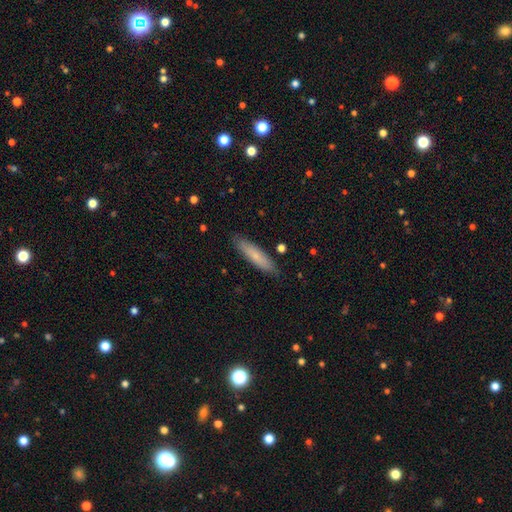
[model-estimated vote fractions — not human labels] smooth 73%, featured or disk 21%, star or artifact 7%. Down the decision tree: how rounded — cigar-shaped (79%); merging — none (87%).